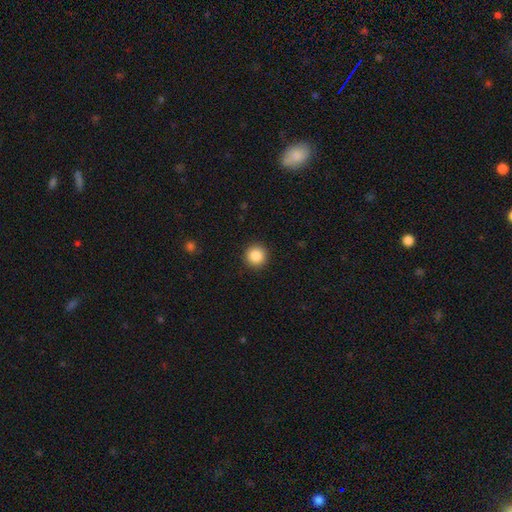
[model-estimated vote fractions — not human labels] This appears to be a smooth galaxy with no disk features (87%) that is round (95%). Merging: none (92%).